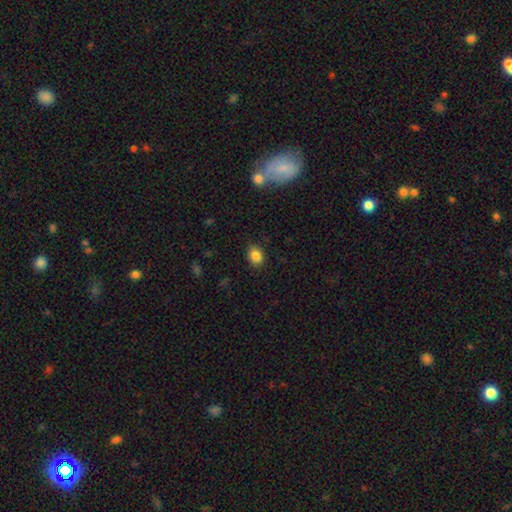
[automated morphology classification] Q: Smooth or featured?
A: smooth (85%); runner-up: star or artifact (10%)
Q: How rounded?
A: in between (57%); runner-up: round (42%)
Q: Merging?
A: none (87%); runner-up: minor disturbance (9%)